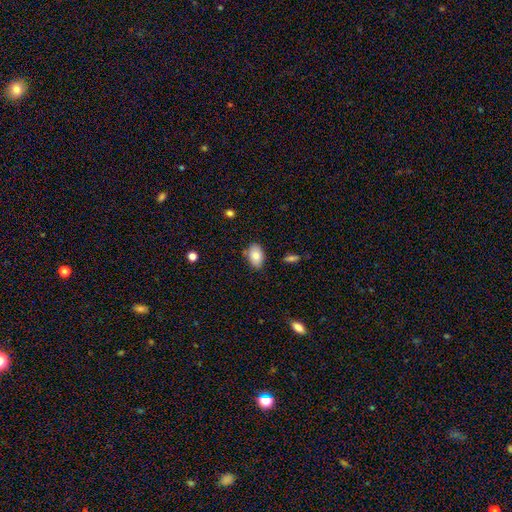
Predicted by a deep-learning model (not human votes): Overall: smooth (81%). How rounded: in between (89%). Merging: none (77%).